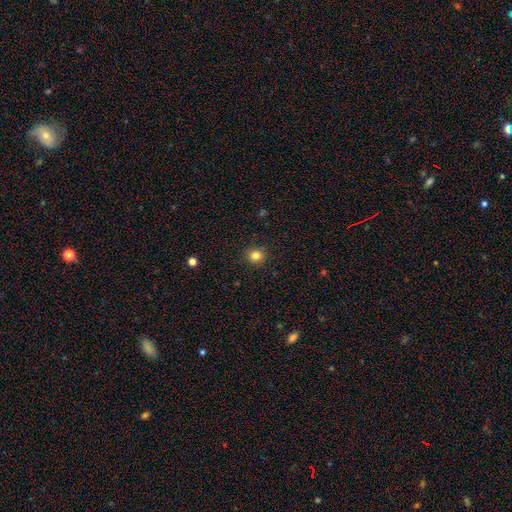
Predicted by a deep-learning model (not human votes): A smooth galaxy with no disk features (83%) that is round (91%). Merging: none (91%).